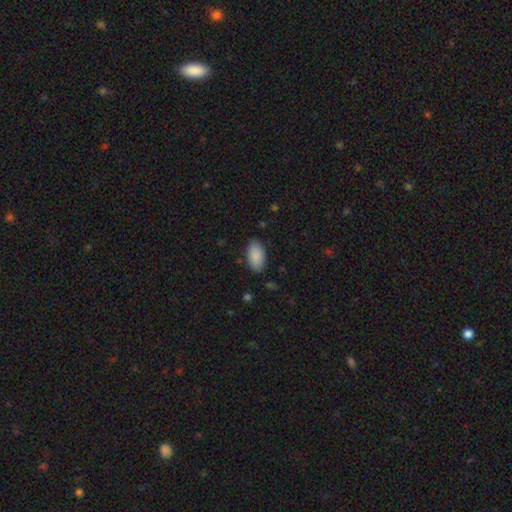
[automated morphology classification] Smooth or featured: smooth — 90% (star or artifact — 6%)
How rounded: in between — 95% (round — 3%)
Merging: none — 85% (minor disturbance — 11%)